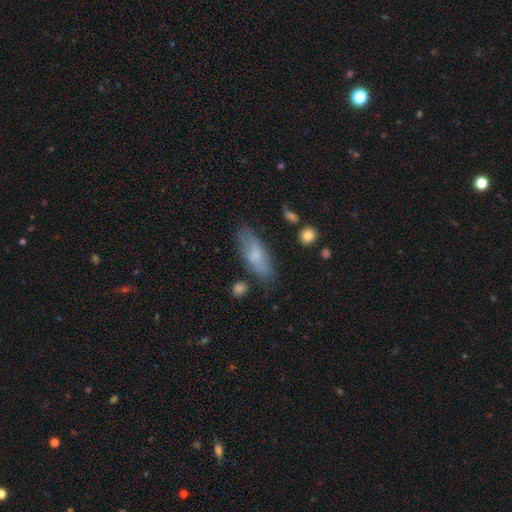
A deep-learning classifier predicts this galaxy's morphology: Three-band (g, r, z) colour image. It shows a smooth galaxy with no disk features (65%) that is in between round and cigar-shaped (69%). Merging: none (71%).